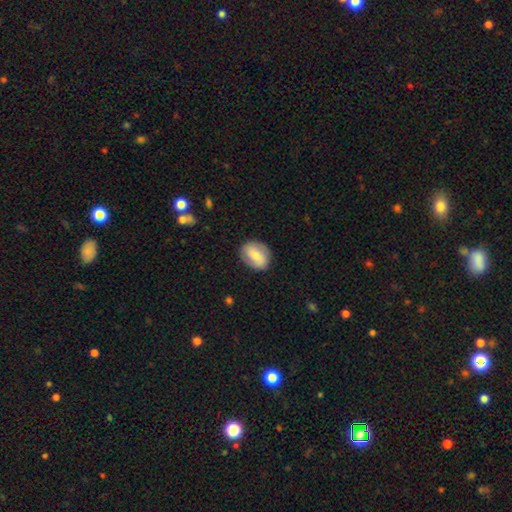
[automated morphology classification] smooth 56%, featured or disk 37%, star or artifact 6%. Down the decision tree: how rounded — in between (66%); merging — none (84%).